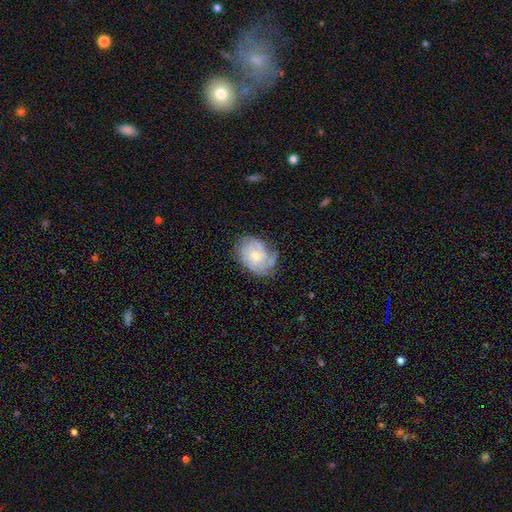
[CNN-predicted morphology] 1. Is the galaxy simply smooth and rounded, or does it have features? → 63% featured or disk, 30% smooth, 7% star or artifact.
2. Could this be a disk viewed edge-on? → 97% no, 3% yes.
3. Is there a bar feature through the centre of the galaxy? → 77% no, 21% weak, 2% strong.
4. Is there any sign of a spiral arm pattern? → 83% yes, 17% no.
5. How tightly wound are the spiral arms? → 52% tight, 34% medium, 14% loose.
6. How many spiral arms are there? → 43% can't tell, 19% 2, 18% 3, 8% 1, 7% 4, 4% more than 4.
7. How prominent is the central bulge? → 53% small, 38% moderate, 4% none, 3% large, 1% dominant.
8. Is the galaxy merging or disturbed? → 57% none, 28% minor disturbance, 12% major disturbance, 3% merger.